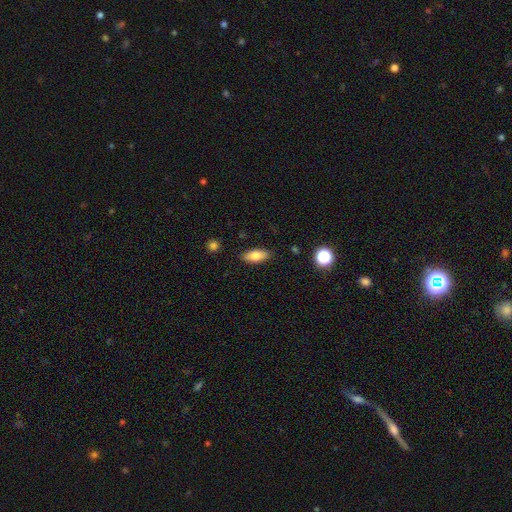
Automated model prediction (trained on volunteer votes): This appears to be a smooth galaxy with no disk features (77%) that is in between round and cigar-shaped (80%). Merging: none (86%).